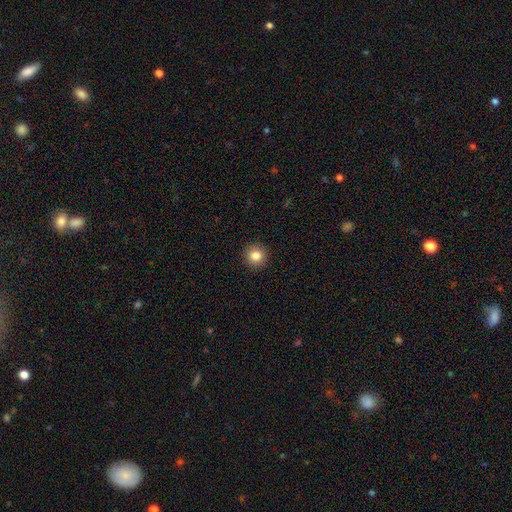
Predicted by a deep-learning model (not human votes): smooth-or-featured: smooth: 84% | star or artifact: 11% | featured or disk: 5%
  how-rounded: round: 94% | in between: 5% | cigar-shaped: 1%
  merging: none: 92% | minor disturbance: 5% | major disturbance: 2% | merger: 1%